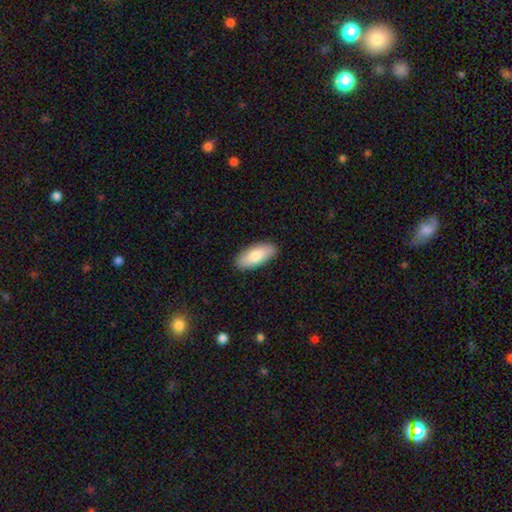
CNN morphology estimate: Smooth or featured? Predicted: smooth (p=0.82). How rounded? Predicted: in between (p=0.87). Merging? Predicted: none (p=0.89).